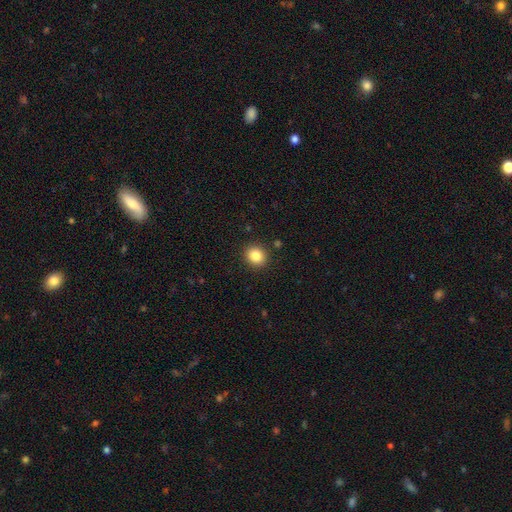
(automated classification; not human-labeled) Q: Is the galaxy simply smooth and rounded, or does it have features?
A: smooth — 84%.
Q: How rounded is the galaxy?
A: round — 81%.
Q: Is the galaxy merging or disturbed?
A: none — 90%.